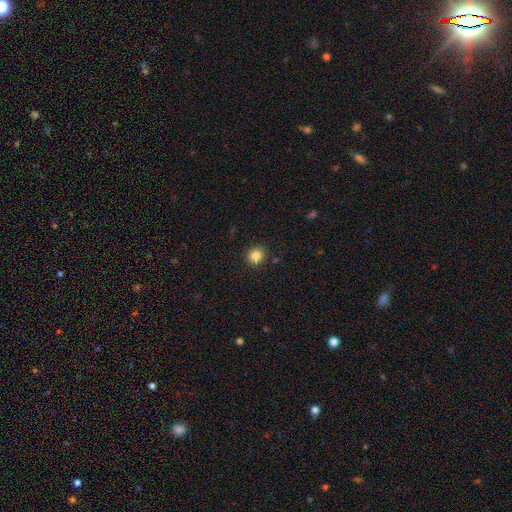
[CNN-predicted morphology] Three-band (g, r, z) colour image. It shows a smooth galaxy with no disk features (85%) that is round (77%). Merging: none (88%).